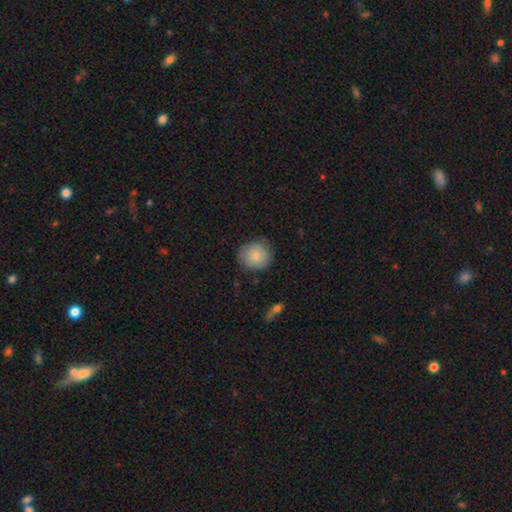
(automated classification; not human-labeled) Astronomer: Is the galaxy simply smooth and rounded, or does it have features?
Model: smooth — 81%.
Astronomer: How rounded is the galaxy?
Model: round — 90%.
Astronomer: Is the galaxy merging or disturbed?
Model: none — 82%.